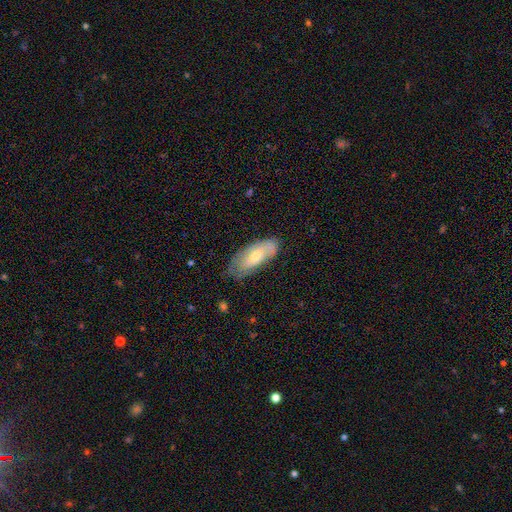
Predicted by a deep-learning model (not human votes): Smooth or featured? smooth (55%)
How rounded? in between (78%)
Merging? none (63%)